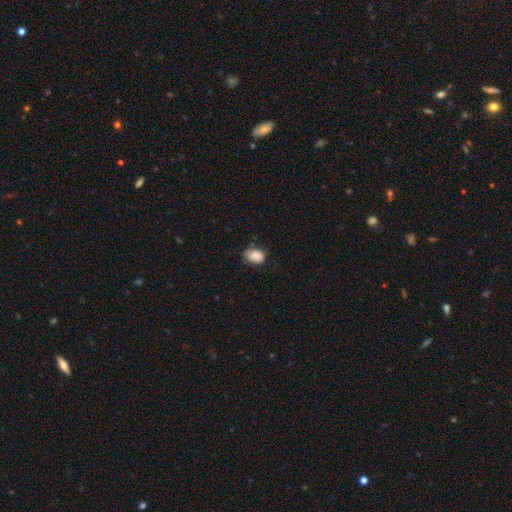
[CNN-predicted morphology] The model was most divided on "merging": none: 58%, minor disturbance: 32%, major disturbance: 7%, merger: 3%. More confident: smooth or featured — smooth (84%); how rounded — in between (72%).